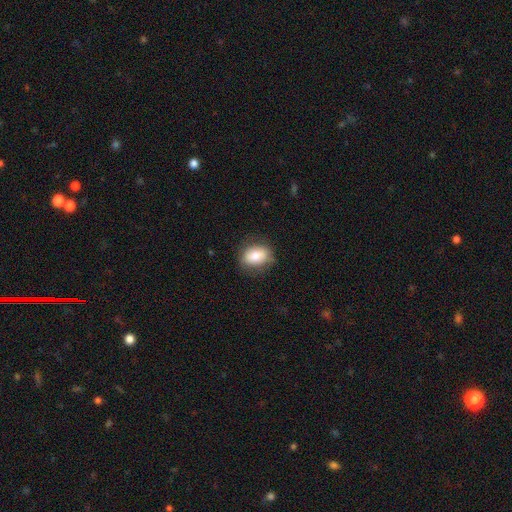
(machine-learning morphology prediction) A smooth galaxy with no disk features (76%) that is in between round and cigar-shaped (69%). Merging: none (78%).